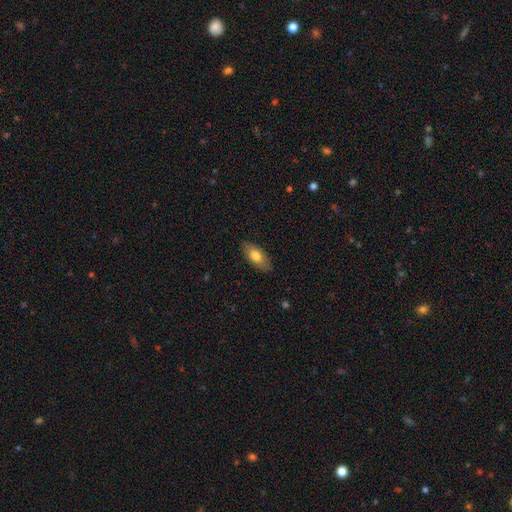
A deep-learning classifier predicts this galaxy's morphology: The model was most divided on "smooth or featured": smooth: 75%, featured or disk: 19%, star or artifact: 6%. More confident: how rounded — in between (86%); merging — none (86%).